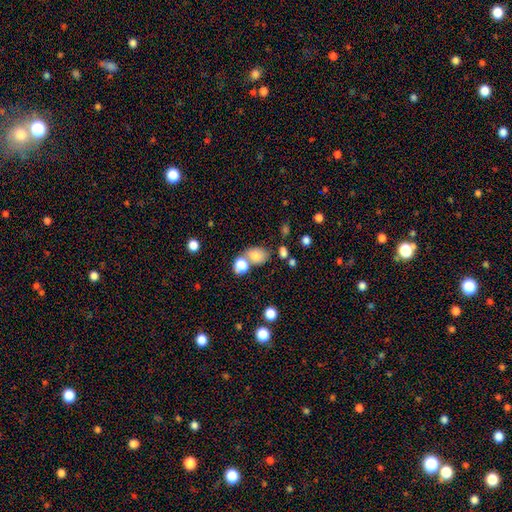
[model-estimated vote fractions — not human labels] A smooth galaxy with no disk features (79%) that is in between round and cigar-shaped (65%). Merging: none (54%).